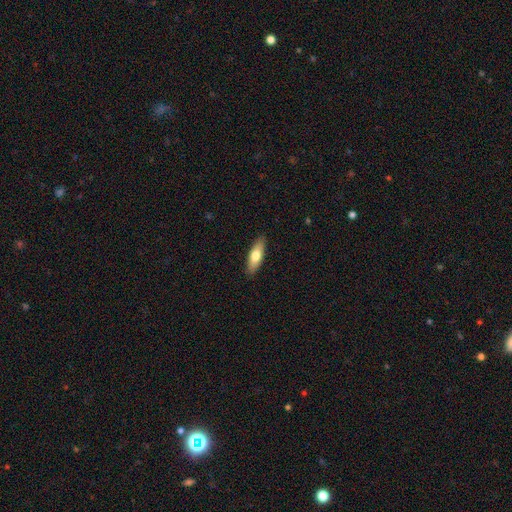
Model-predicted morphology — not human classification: Smooth or featured: smooth — 71% (featured or disk — 23%)
How rounded: in between — 59% (cigar-shaped — 39%)
Merging: none — 89% (minor disturbance — 8%)